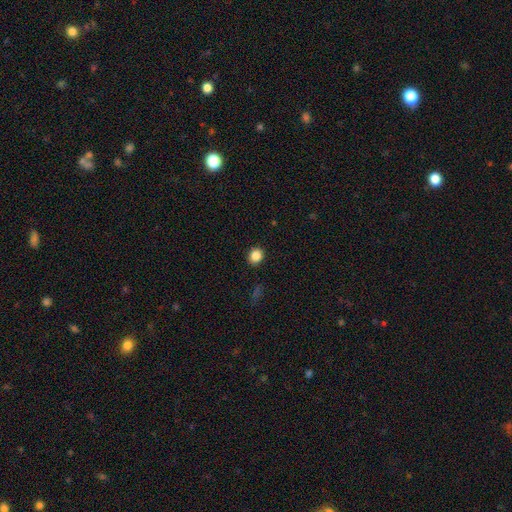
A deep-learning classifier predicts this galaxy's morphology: A smooth galaxy with no disk features (85%) that is round (78%).

Vote fractions:
- Smooth or featured? smooth: 85% / star or artifact: 11% / featured or disk: 4%
- How rounded? round: 78% / in between: 21% / cigar-shaped: 1%
- Merging? none: 91% / minor disturbance: 6% / major disturbance: 2% / merger: 1%